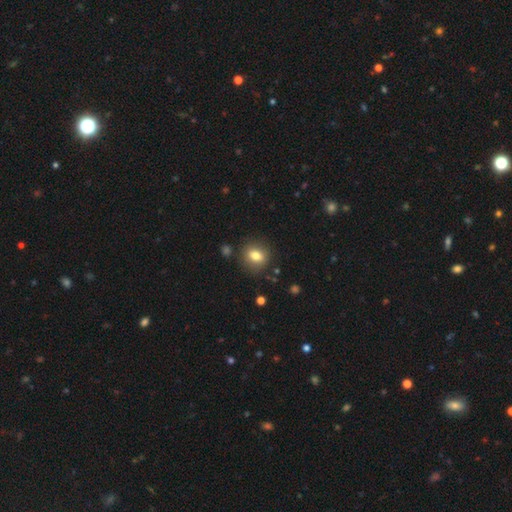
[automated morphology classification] Smooth or featured: smooth — 78% (featured or disk — 13%)
How rounded: round — 64% (in between — 35%)
Merging: none — 85% (minor disturbance — 10%)